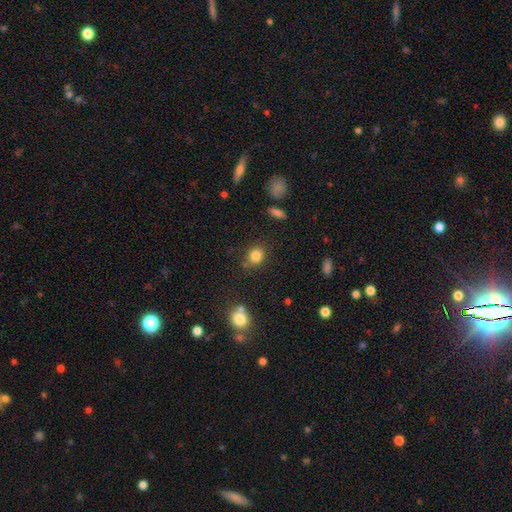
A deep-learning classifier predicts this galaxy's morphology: This is clearly a smooth galaxy (82%). How rounded: likely round (77%). Merging: likely none (76%).